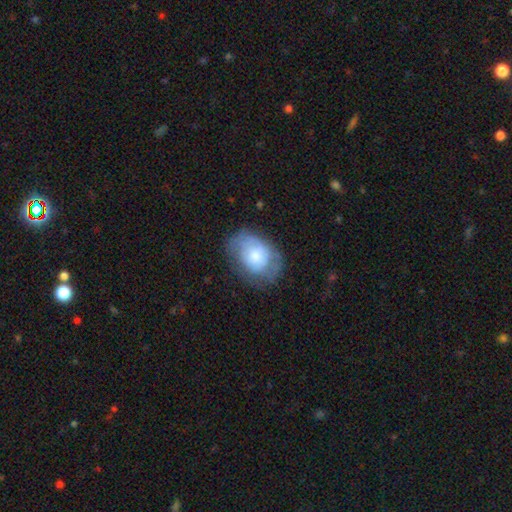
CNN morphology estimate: Smooth or featured? smooth (60%)
How rounded? in between (73%)
Merging? none (57%)